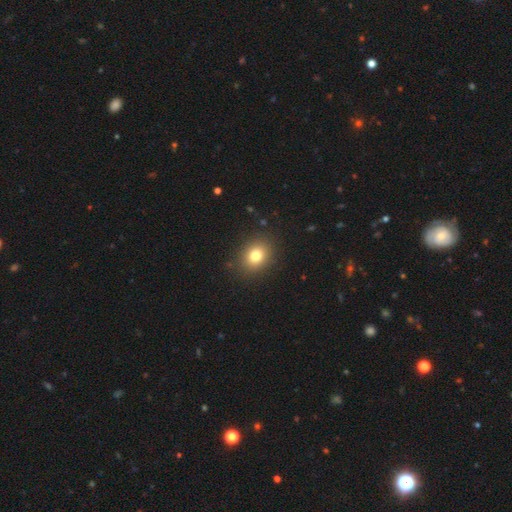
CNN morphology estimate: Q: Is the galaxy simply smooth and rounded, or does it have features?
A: smooth — 79%.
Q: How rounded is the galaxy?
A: round — 53%.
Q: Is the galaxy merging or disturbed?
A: none — 88%.